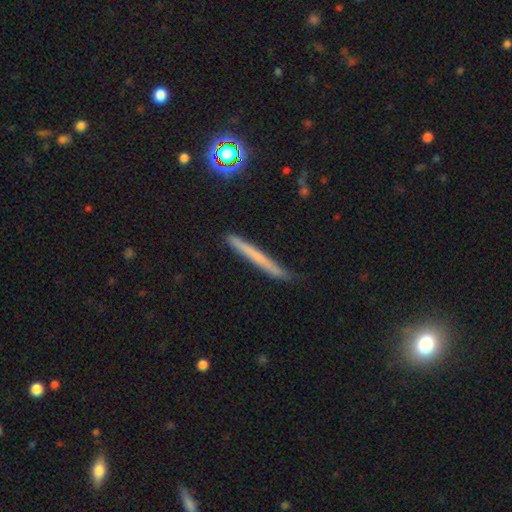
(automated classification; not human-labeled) Overall: smooth (54%; featured or disk 37%). How rounded: cigar-shaped (96%). Merging: none (85%).